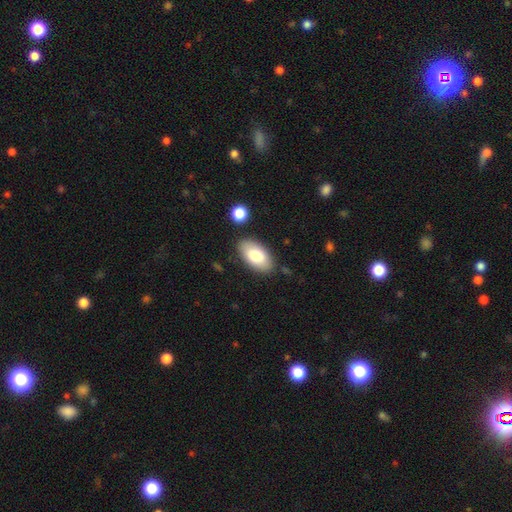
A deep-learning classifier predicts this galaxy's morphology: A smooth galaxy with no disk features (79%) that is in between round and cigar-shaped (95%).

Vote fractions:
- Smooth or featured? smooth: 79% / featured or disk: 14% / star or artifact: 6%
- How rounded? in between: 95% / round: 3% / cigar-shaped: 2%
- Merging? none: 83% / minor disturbance: 11% / merger: 3% / major disturbance: 3%